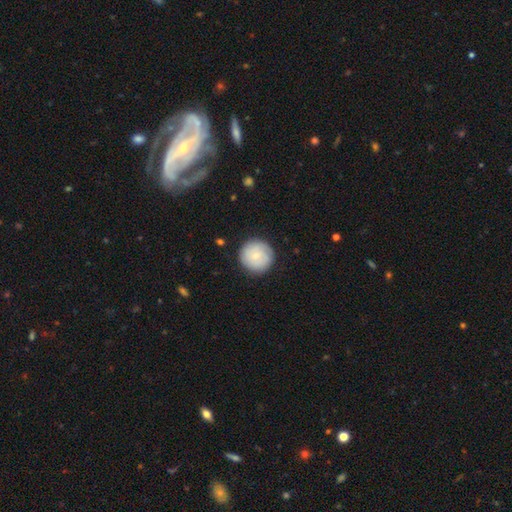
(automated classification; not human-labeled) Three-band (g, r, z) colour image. It shows a smooth galaxy with no disk features (73%) that is round (95%). Merging: none (88%).